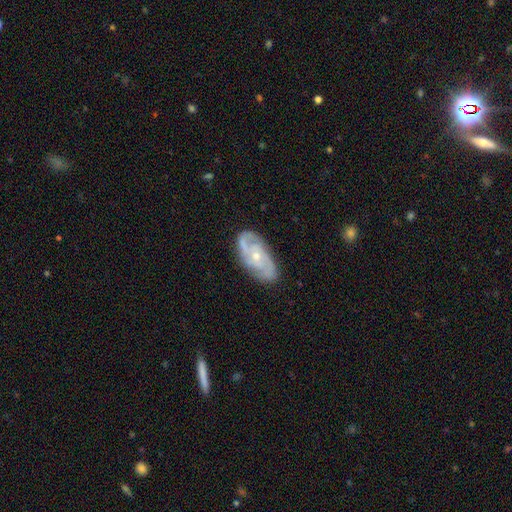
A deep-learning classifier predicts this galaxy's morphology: Smooth or featured? featured or disk (82%)
Edge-on disk? no (95%)
Bar? no (67%)
Spiral arms? yes (94%)
Spiral winding? medium (44%)
Spiral arm count? 2 (42%)
Bulge size? small (63%)
Merging? none (78%)